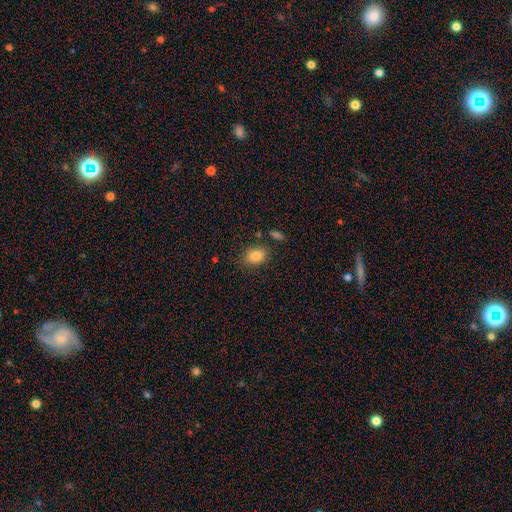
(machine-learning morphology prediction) Smooth or featured? Predicted: smooth (p=0.85). How rounded? Predicted: in between (p=0.71). Merging? Predicted: none (p=0.77).